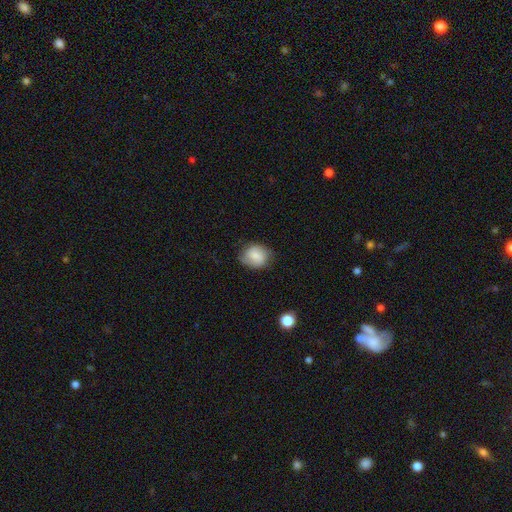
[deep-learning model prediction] smooth-or-featured: smooth: 75% | featured or disk: 18% | star or artifact: 8%
  how-rounded: round: 62% | in between: 37% | cigar-shaped: 1%
  merging: none: 70% | minor disturbance: 23% | major disturbance: 6% | merger: 1%